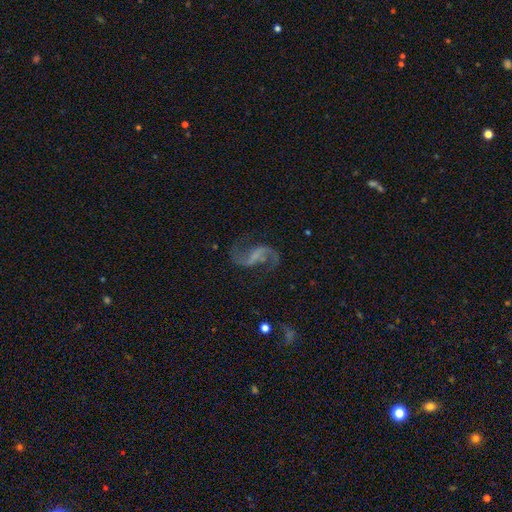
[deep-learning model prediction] Smooth or featured: featured or disk — 89% (star or artifact — 6%)
Edge-on disk: no — 98% (yes — 2%)
Bar: weak — 45% (strong — 32%)
Spiral arms: yes — 97% (no — 3%)
Spiral winding: loose — 71% (medium — 25%)
Spiral arm count: 2 — 94% (1 — 2%)
Bulge size: none — 55% (small — 31%)
Merging: none — 75% (minor disturbance — 13%)